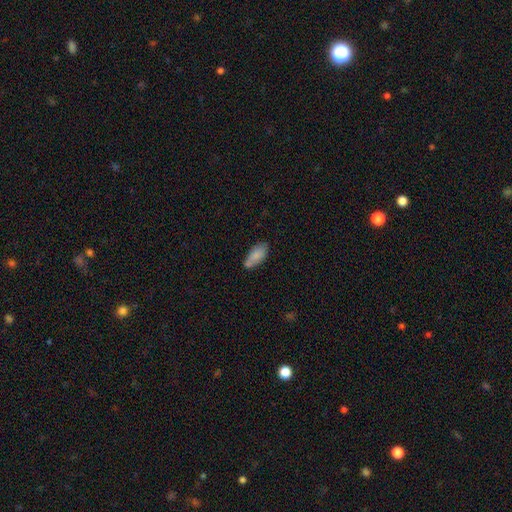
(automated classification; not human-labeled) Smooth or featured?
  - smooth: 82% *
  - featured or disk: 11%
  - star or artifact: 7%
How rounded?
  - in between: 87% *
  - cigar-shaped: 10%
  - round: 2%
Merging?
  - none: 60% *
  - minor disturbance: 23%
  - merger: 12%
  - major disturbance: 5%